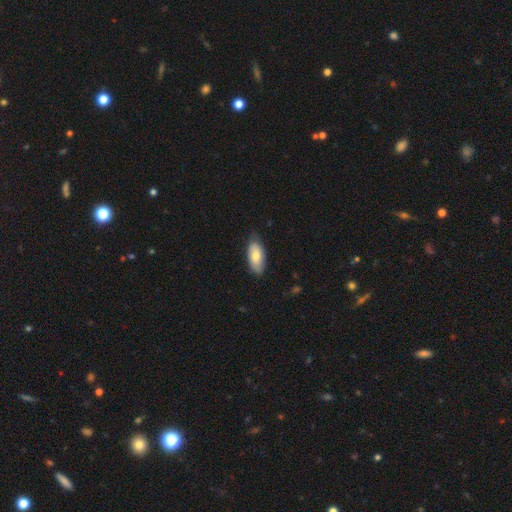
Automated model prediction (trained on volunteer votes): smooth-or-featured: smooth: 72% | featured or disk: 22% | star or artifact: 6%
  how-rounded: in between: 91% | cigar-shaped: 7% | round: 2%
  merging: none: 76% | minor disturbance: 20% | major disturbance: 3% | merger: 1%